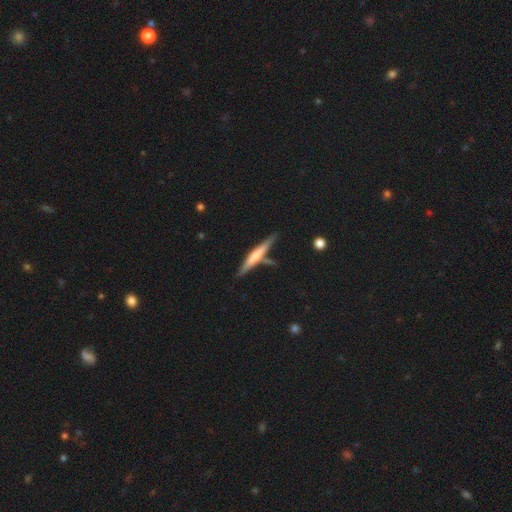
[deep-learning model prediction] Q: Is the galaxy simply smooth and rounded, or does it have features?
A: smooth — 48%.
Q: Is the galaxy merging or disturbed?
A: none — 73%.